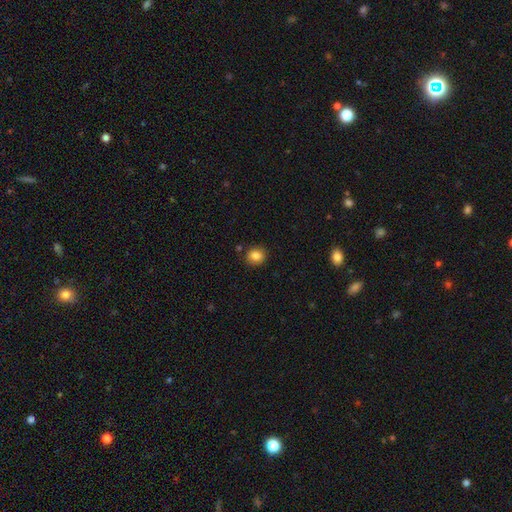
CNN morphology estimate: This appears to be a smooth galaxy with no disk features (84%) that is round (75%). Merging: none (87%).